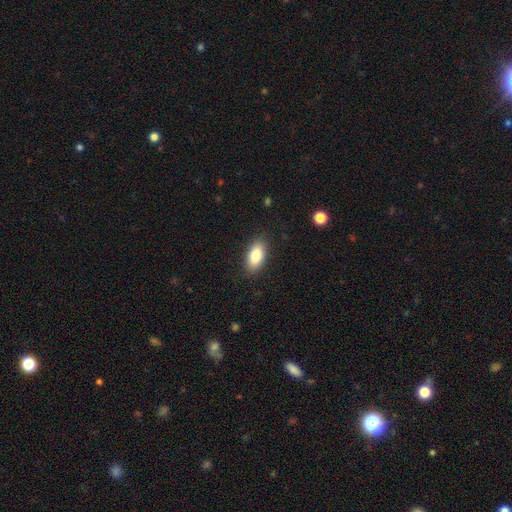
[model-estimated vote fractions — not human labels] Smooth or featured: smooth — 83% (featured or disk — 10%)
How rounded: in between — 89% (cigar-shaped — 8%)
Merging: none — 87% (minor disturbance — 9%)